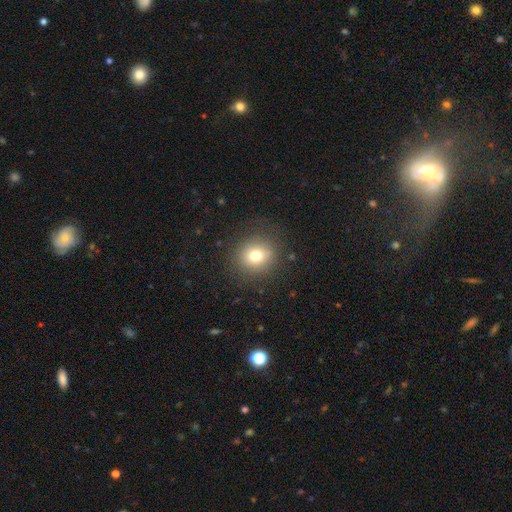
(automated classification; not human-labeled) This appears to be a smooth galaxy with no disk features (75%) that is round (83%). Merging: none (84%).